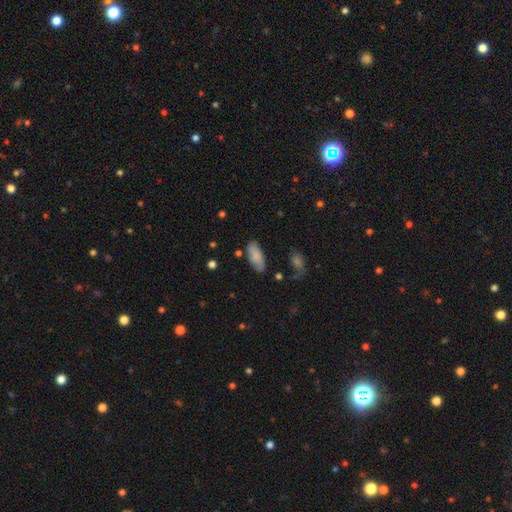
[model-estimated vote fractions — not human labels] Smooth or featured? Predicted: smooth (p=0.83). How rounded? Predicted: in between (p=0.83). Merging? Predicted: none (p=0.77).